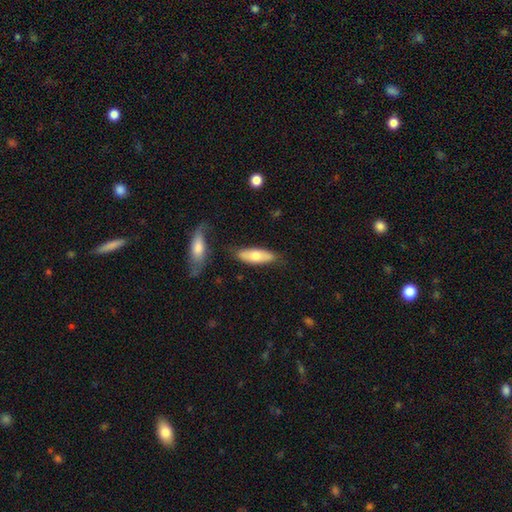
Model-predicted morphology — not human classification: A smooth galaxy with no disk features (66%) that is in between round and cigar-shaped (58%). Merging: none (77%).